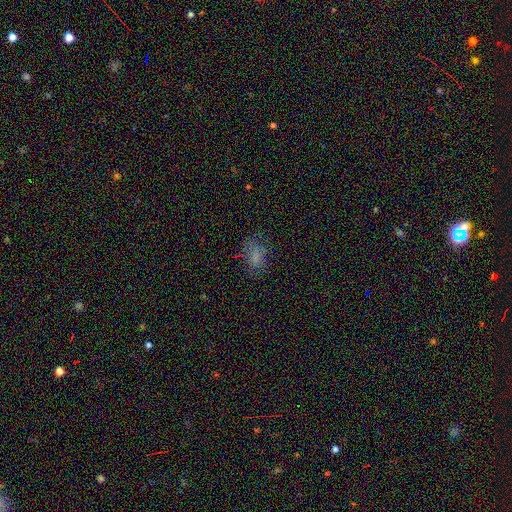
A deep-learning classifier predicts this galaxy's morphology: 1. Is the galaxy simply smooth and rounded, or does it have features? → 67% smooth, 21% star or artifact, 12% featured or disk.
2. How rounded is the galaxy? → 81% in between, 16% round, 3% cigar-shaped.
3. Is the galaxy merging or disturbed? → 63% none, 22% minor disturbance, 13% major disturbance, 2% merger.